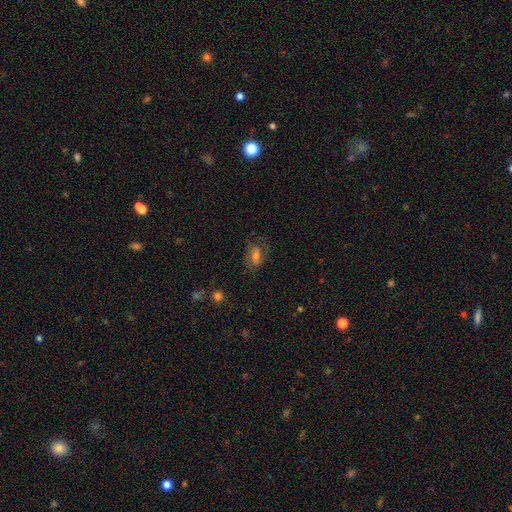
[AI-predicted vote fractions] Smooth or featured?
  - featured or disk: 46% *
  - smooth: 36%
  - star or artifact: 18%
Merging?
  - none: 68% *
  - minor disturbance: 18%
  - major disturbance: 12%
  - merger: 2%